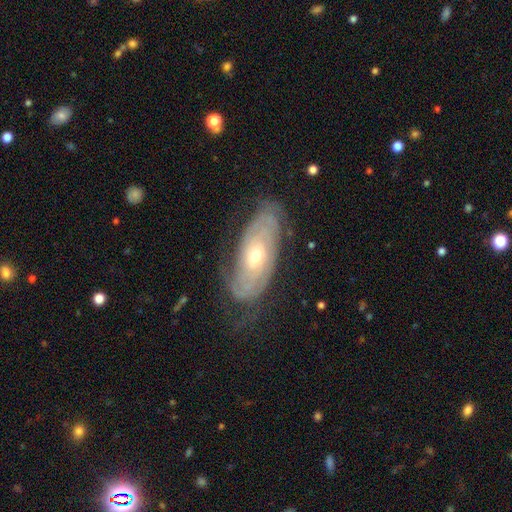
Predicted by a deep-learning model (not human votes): Smooth or featured? Predicted: featured or disk (p=0.78). Edge-on disk? Predicted: no (p=0.89). Bar? Predicted: no (p=0.73). Spiral arms? Predicted: yes (p=0.87). Spiral winding? Predicted: tight (p=0.74). Spiral arm count? Predicted: can't tell (p=0.51). Bulge size? Predicted: moderate (p=0.53). Merging? Predicted: none (p=0.71).